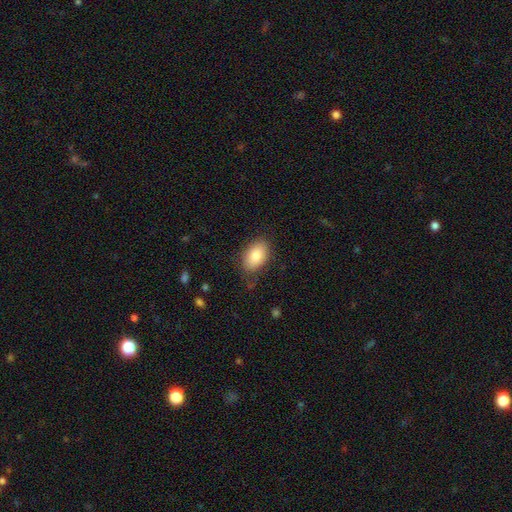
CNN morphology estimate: smooth_or_featured: smooth (p=0.84) [alt: featured or disk p=0.09]
how_rounded: in between (p=0.92) [alt: round p=0.07]
merging: none (p=0.77) [alt: minor disturbance p=0.17]